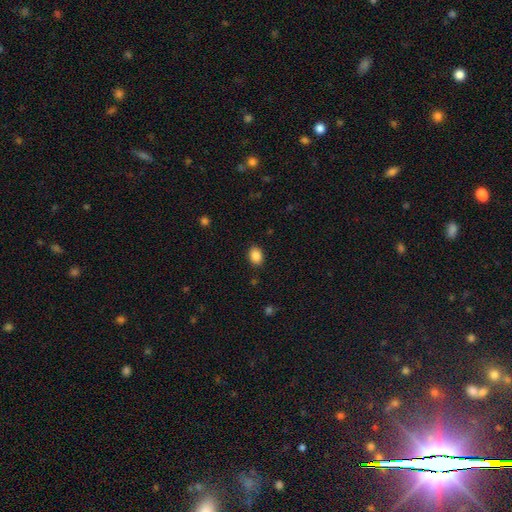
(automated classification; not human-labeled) This appears to be a smooth galaxy with no disk features (88%) that is in between round and cigar-shaped (70%). Merging: none (88%).